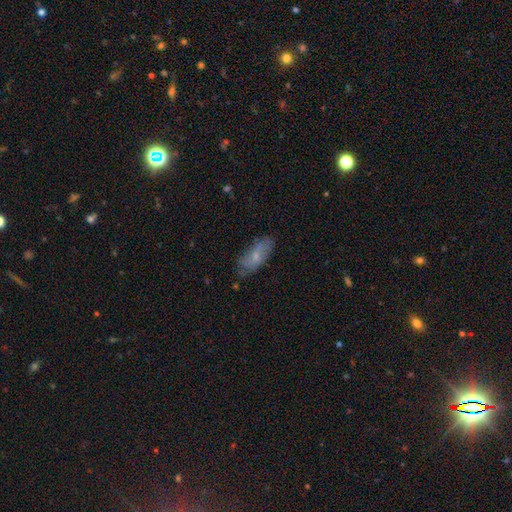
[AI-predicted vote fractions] This is possibly a smooth galaxy (59%). How rounded: likely in between (77%). Merging: likely none (69%).